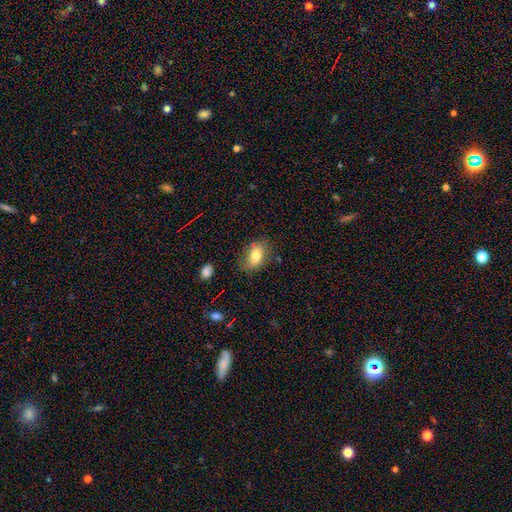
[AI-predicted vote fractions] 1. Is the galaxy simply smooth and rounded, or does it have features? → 75% smooth, 17% featured or disk, 9% star or artifact.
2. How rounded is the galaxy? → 82% in between, 16% round, 2% cigar-shaped.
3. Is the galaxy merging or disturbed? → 73% none, 19% minor disturbance, 5% major disturbance, 3% merger.